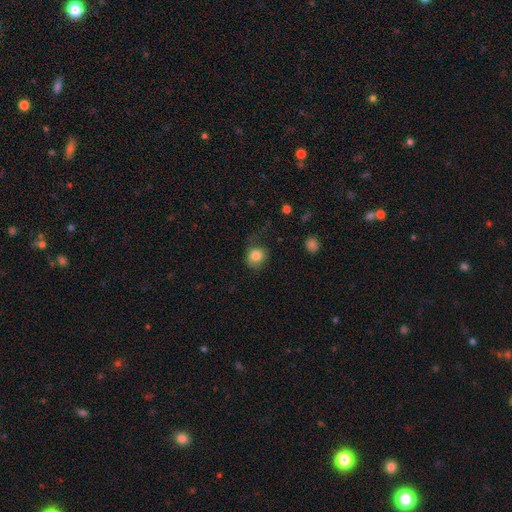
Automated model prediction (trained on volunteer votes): Q: Smooth or featured?
A: smooth (81%); runner-up: featured or disk (10%)
Q: How rounded?
A: round (71%); runner-up: in between (28%)
Q: Merging?
A: none (52%); runner-up: minor disturbance (27%)